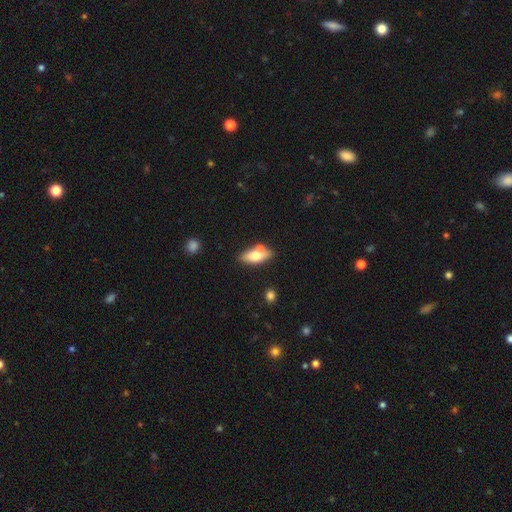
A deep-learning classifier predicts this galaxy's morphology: A smooth galaxy with no disk features (66%) that is in between round and cigar-shaped (79%). Merging: none (63%).